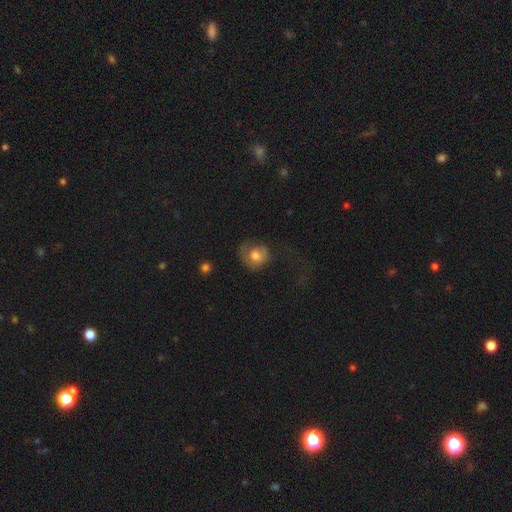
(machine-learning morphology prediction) A smooth galaxy with no disk features (67%) that is round (70%). Merging: none (41%).